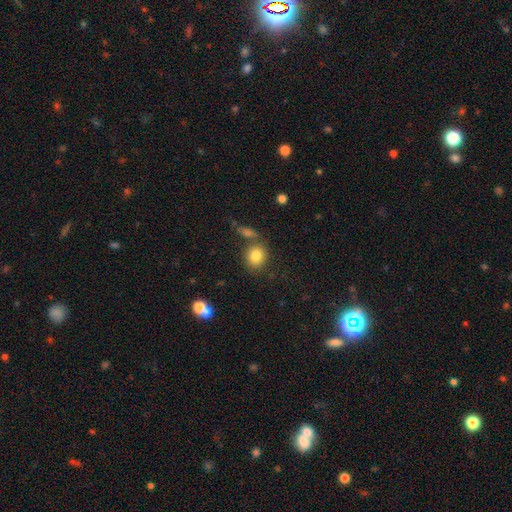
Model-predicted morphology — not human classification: smooth 82%, star or artifact 10%, featured or disk 8%. Down the decision tree: how rounded — round (73%); merging — none (70%).